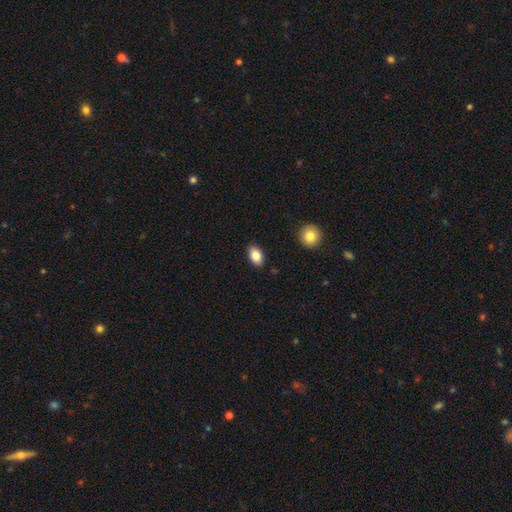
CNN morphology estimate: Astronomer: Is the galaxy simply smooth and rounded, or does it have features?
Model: smooth — 85%.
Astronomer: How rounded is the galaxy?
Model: in between — 86%.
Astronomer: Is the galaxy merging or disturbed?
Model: none — 88%.